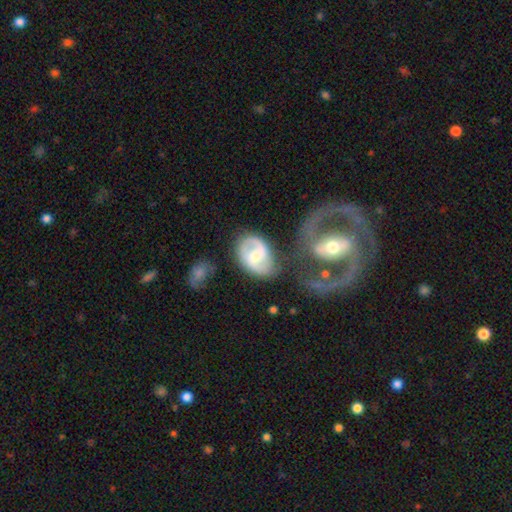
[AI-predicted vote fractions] A featured or disk galaxy (69%) with a weak bar (51%), 2 (80%) medium (47%) spiral arms (85%) and a moderate central bulge (47%). Merging: none (60%).